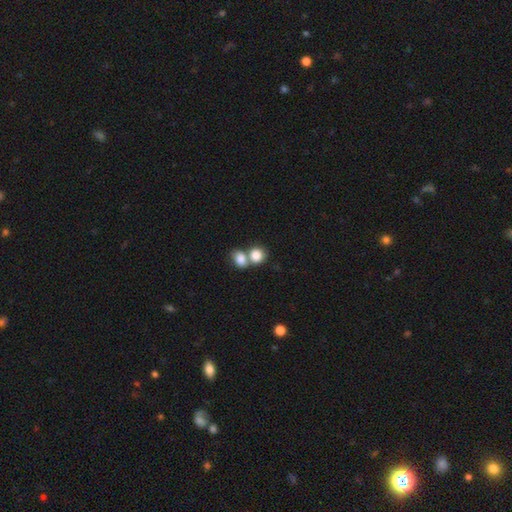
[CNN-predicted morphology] Q: Smooth or featured?
A: smooth (83%); runner-up: featured or disk (9%)
Q: How rounded?
A: round (60%); runner-up: in between (39%)
Q: Merging?
A: merger (58%); runner-up: none (32%)